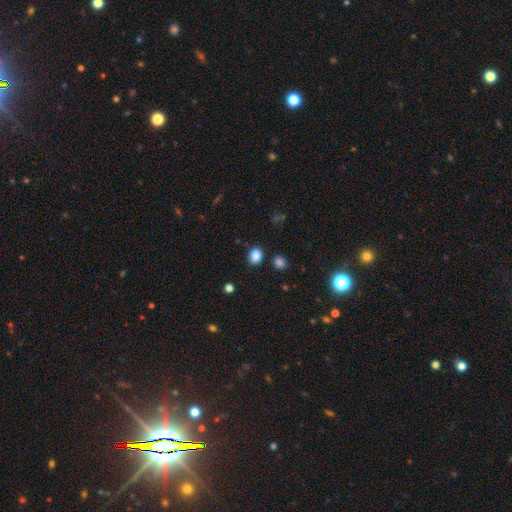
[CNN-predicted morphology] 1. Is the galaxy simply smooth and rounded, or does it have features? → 85% smooth, 11% star or artifact, 4% featured or disk.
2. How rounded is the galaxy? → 50% in between, 49% round, 1% cigar-shaped.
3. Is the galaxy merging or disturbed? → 83% none, 10% minor disturbance, 4% merger, 3% major disturbance.